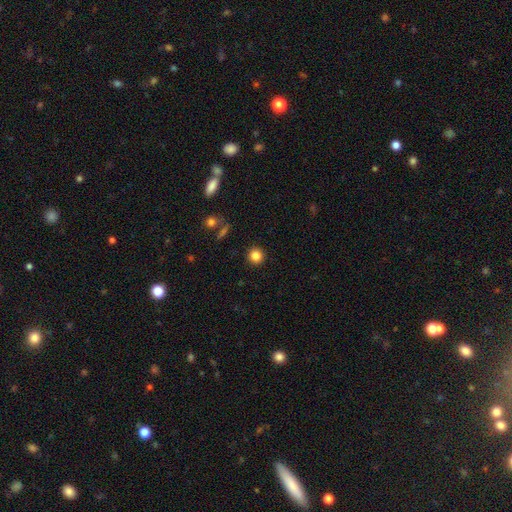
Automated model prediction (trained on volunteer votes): The model was most divided on "smooth or featured": smooth: 84%, star or artifact: 11%, featured or disk: 5%. More confident: how rounded — round (93%); merging — none (92%).